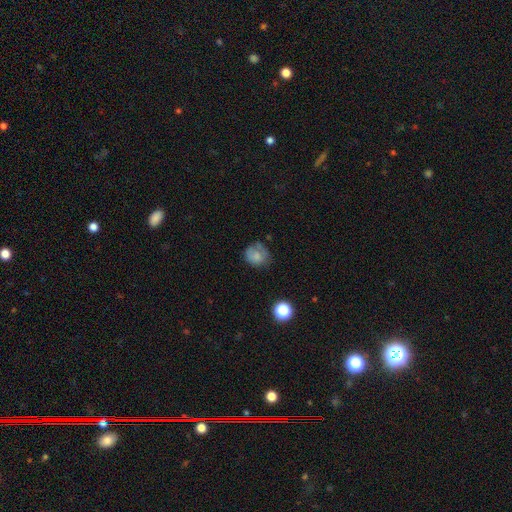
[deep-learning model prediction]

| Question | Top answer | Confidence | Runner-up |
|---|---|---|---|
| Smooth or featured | smooth | 71% | featured or disk (18%) |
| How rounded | round | 75% | in between (24%) |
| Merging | none | 59% | minor disturbance (27%) |